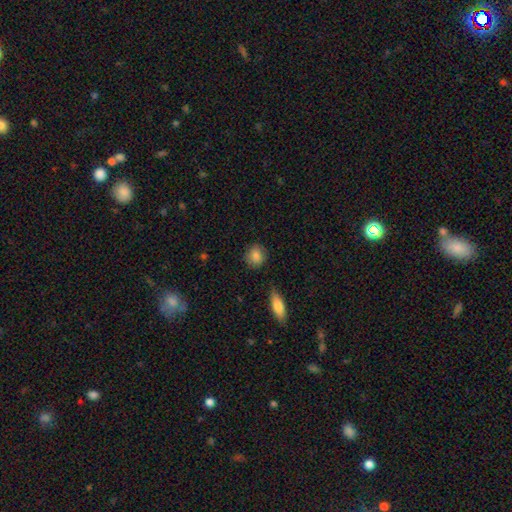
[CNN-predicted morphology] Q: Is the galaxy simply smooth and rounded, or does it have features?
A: smooth — 84%.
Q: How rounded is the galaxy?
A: round — 77%.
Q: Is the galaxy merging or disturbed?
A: none — 85%.